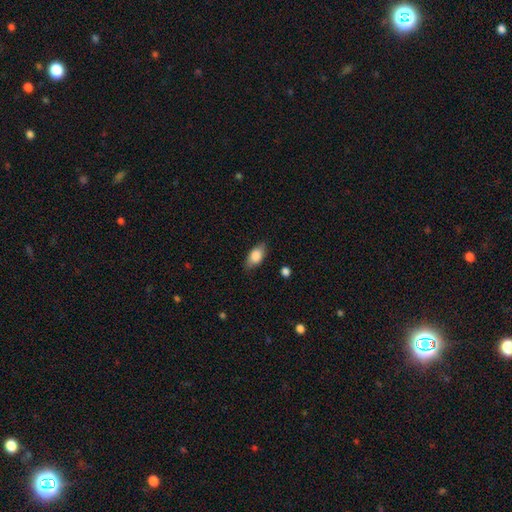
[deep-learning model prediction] This is clearly a smooth galaxy (82%). How rounded: clearly in between (89%). Merging: clearly none (81%).